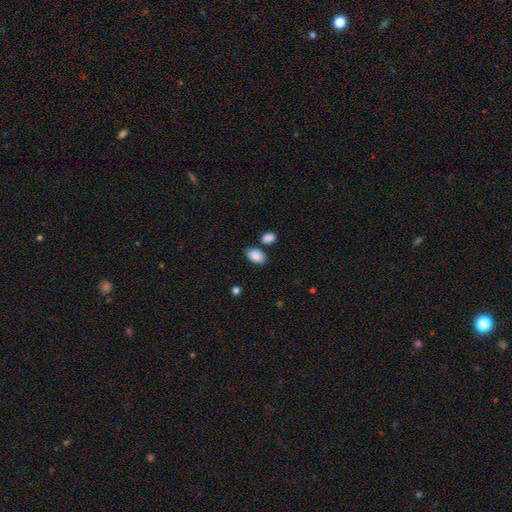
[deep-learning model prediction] This is clearly a smooth galaxy (88%). How rounded: clearly in between (92%). Merging: likely none (71%).